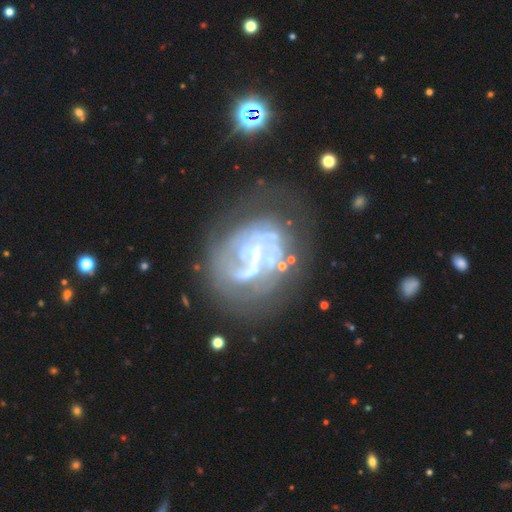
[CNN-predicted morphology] Smooth or featured: featured or disk — 79% (smooth — 12%)
Edge-on disk: no — 98% (yes — 2%)
Bar: no — 50% (weak — 34%)
Spiral arms: yes — 68% (no — 32%)
Spiral winding: tight — 44% (medium — 37%)
Spiral arm count: can't tell — 41% (2 — 29%)
Bulge size: small — 53% (none — 26%)
Merging: none — 47% (major disturbance — 26%)